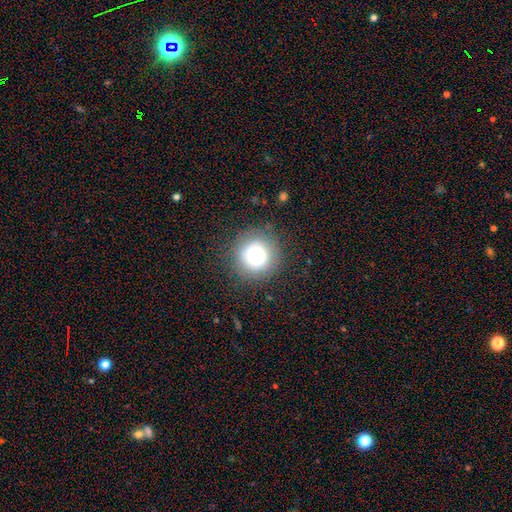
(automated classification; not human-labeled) smooth-or-featured: smooth: 76% | featured or disk: 12% | star or artifact: 11%
  how-rounded: round: 95% | in between: 4% | cigar-shaped: 1%
  merging: none: 83% | minor disturbance: 11% | major disturbance: 5% | merger: 1%